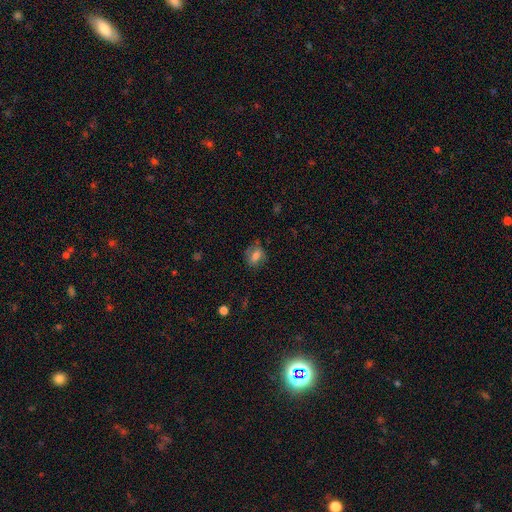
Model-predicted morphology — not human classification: Smooth or featured? Predicted: smooth (p=0.71). How rounded? Predicted: in between (p=0.66). Merging? Predicted: none (p=0.67).